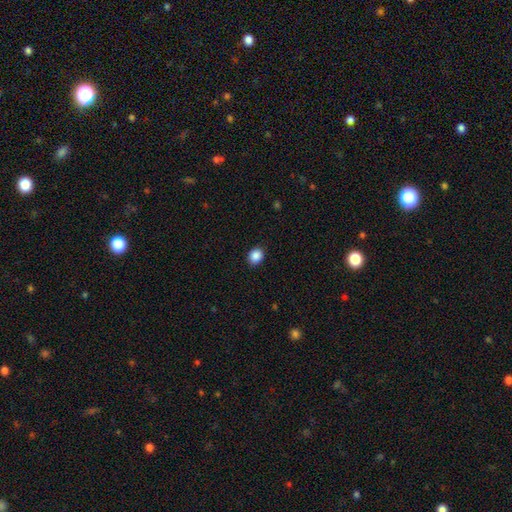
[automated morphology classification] smooth_or_featured: smooth (p=0.88) [alt: star or artifact p=0.09]
how_rounded: round (p=0.61) [alt: in between p=0.38]
merging: none (p=0.91) [alt: minor disturbance p=0.07]